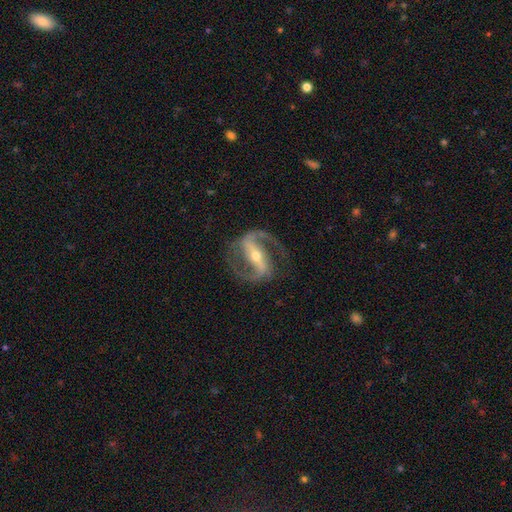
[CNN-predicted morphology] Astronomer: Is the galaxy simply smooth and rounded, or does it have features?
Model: featured or disk — 92%.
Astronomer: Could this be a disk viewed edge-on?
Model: no — 96%.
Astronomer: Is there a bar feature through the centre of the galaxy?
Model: strong — 71%.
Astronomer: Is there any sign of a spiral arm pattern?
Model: yes — 97%.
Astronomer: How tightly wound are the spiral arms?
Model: medium — 59%.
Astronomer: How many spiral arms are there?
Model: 2 — 94%.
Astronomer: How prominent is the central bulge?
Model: small — 50% (runner-up: moderate, 46%).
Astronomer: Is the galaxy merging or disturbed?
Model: none — 81%.